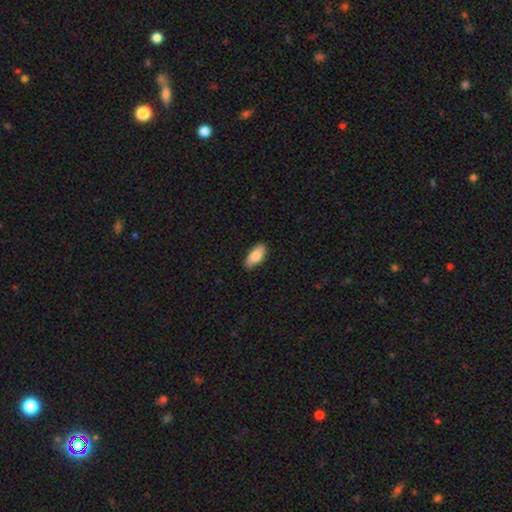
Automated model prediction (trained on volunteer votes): This appears to be a smooth galaxy with no disk features (82%) that is in between round and cigar-shaped (87%). Merging: none (83%).